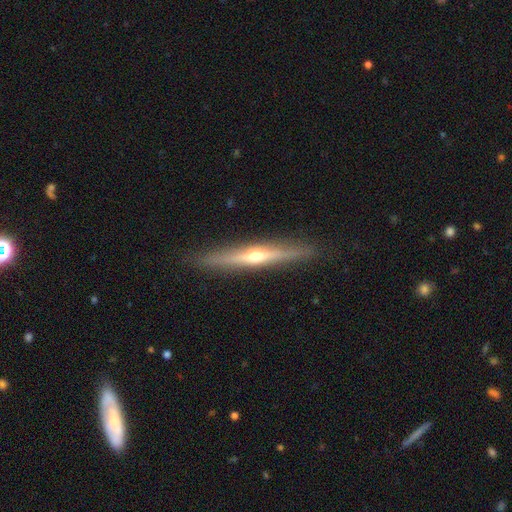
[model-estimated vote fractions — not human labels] Morphology: type=featured or disk (70%); edge-on=yes (96%); edge-on bulge=rounded (87%); merging=none (90%).